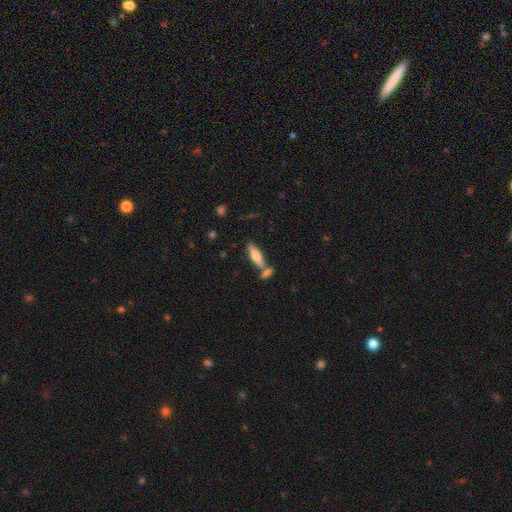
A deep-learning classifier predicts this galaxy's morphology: smooth_or_featured: smooth (p=0.63) [alt: featured or disk p=0.30]
how_rounded: cigar-shaped (p=0.57) [alt: in between p=0.41]
merging: none (p=0.61) [alt: merger p=0.24]